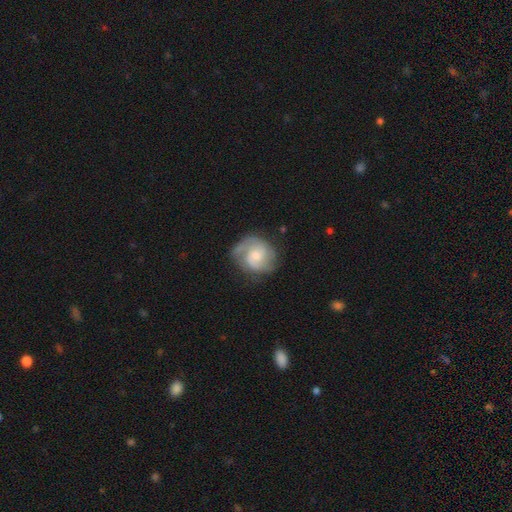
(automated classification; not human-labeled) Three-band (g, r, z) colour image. It shows a featured or disk galaxy (72%) with no bar (58%), 2 (61%) medium (45%) spiral arms (92%) and a small central bulge (49%). Merging: none (62%).